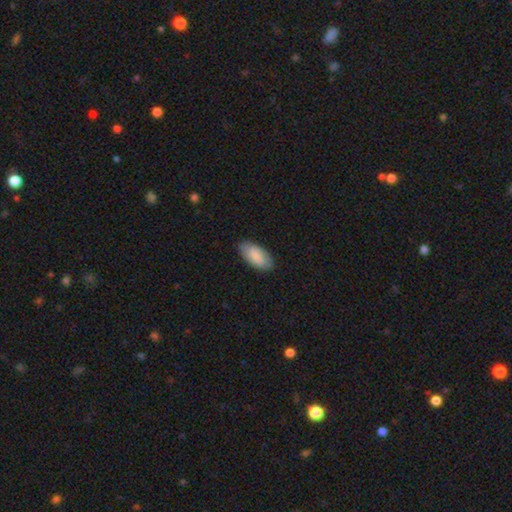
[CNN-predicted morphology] smooth 88%, featured or disk 7%, star or artifact 5%. Down the decision tree: how rounded — in between (94%); merging — none (83%).